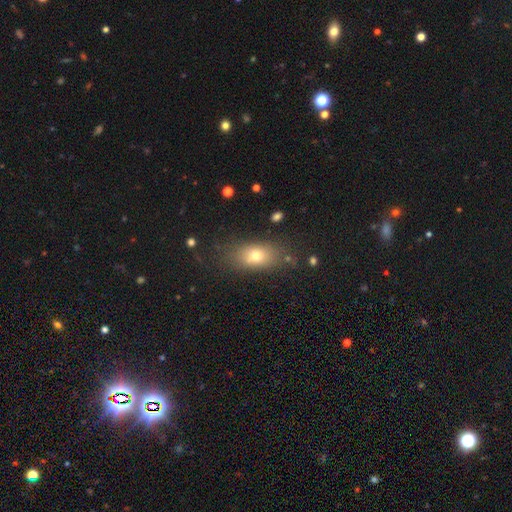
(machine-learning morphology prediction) smooth_or_featured: smooth (p=0.72) [alt: featured or disk p=0.15]
how_rounded: in between (p=0.77) [alt: round p=0.16]
merging: none (p=0.77) [alt: minor disturbance p=0.14]